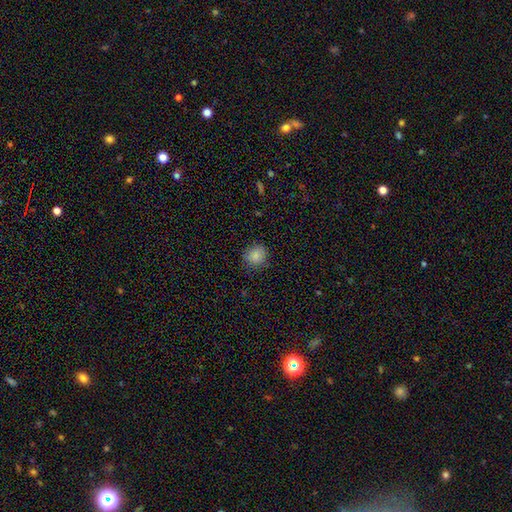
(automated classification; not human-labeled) This appears to be a smooth galaxy with no disk features (86%) that is round (79%). Merging: none (84%).